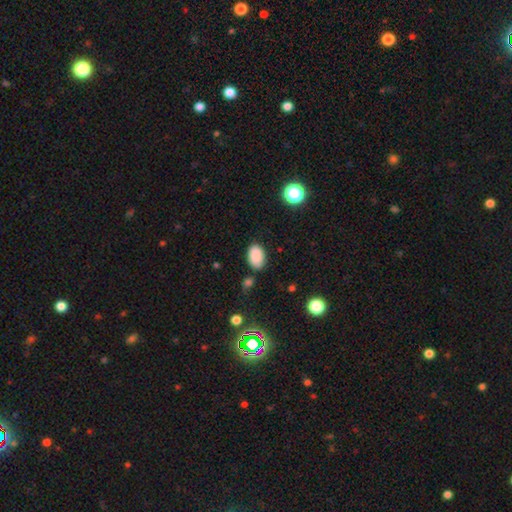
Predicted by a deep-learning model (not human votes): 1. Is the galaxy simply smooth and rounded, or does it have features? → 88% smooth, 9% star or artifact, 4% featured or disk.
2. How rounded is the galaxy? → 91% in between, 8% round, 1% cigar-shaped.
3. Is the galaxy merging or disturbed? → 81% none, 14% minor disturbance, 3% major disturbance, 3% merger.